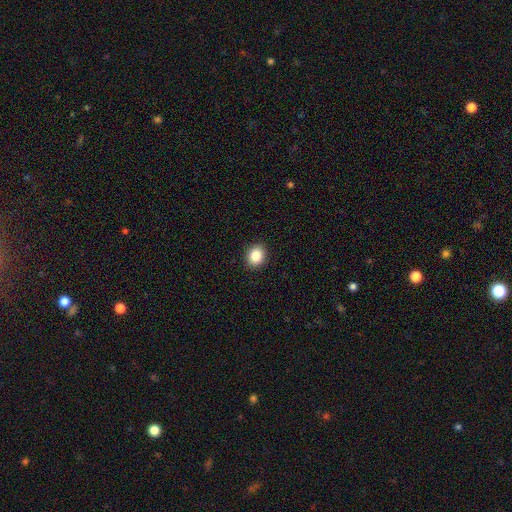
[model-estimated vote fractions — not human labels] Smooth or featured?
  - smooth: 86% *
  - star or artifact: 9%
  - featured or disk: 5%
How rounded?
  - round: 60% *
  - in between: 39%
  - cigar-shaped: 1%
Merging?
  - none: 91% *
  - minor disturbance: 6%
  - major disturbance: 2%
  - merger: 1%